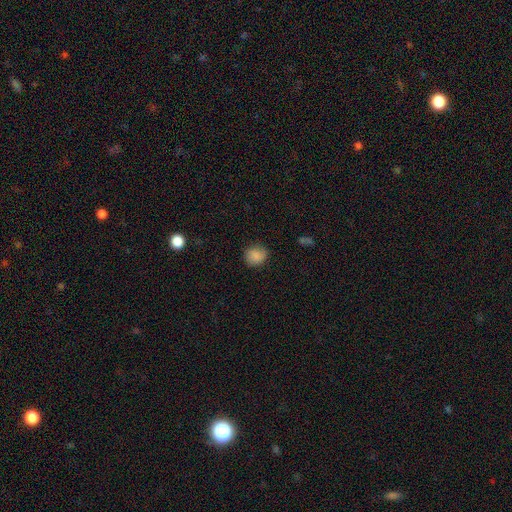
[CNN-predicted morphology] Overall: smooth (85%). How rounded: round (79%). Merging: none (80%).